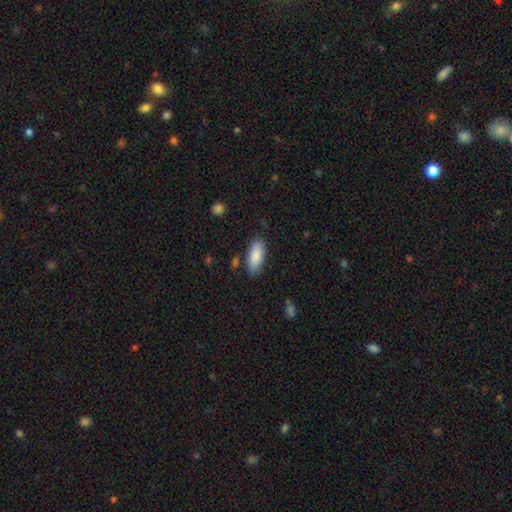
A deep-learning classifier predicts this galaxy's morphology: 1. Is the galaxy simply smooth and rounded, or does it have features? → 87% smooth, 8% featured or disk, 6% star or artifact.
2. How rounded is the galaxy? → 81% in between, 18% cigar-shaped, 2% round.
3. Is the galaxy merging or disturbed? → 82% none, 13% minor disturbance, 3% major disturbance, 2% merger.